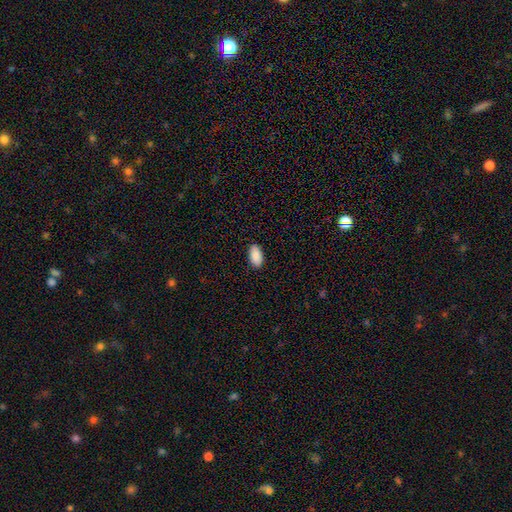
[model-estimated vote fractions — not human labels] Smooth or featured? Predicted: smooth (p=0.89). How rounded? Predicted: in between (p=0.94). Merging? Predicted: none (p=0.89).